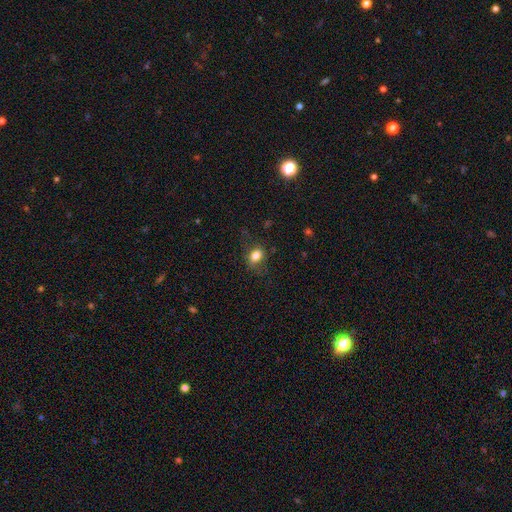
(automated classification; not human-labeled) Smooth or featured?
  - smooth: 81% *
  - star or artifact: 11%
  - featured or disk: 8%
How rounded?
  - in between: 63% *
  - round: 36%
  - cigar-shaped: 1%
Merging?
  - none: 74% *
  - minor disturbance: 18%
  - major disturbance: 7%
  - merger: 1%